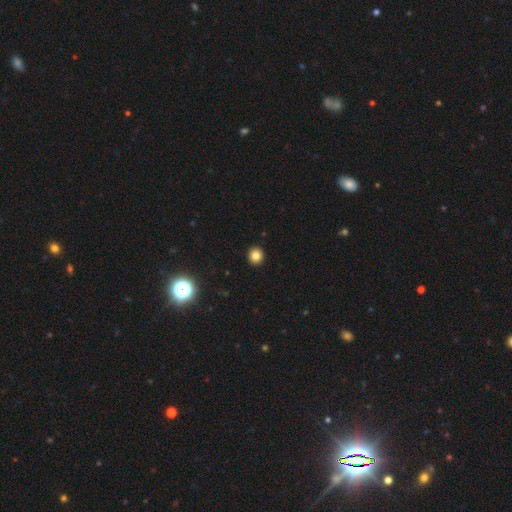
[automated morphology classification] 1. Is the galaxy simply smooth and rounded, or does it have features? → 82% smooth, 13% star or artifact, 5% featured or disk.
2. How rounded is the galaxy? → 88% round, 11% in between, 1% cigar-shaped.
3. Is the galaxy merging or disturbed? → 93% none, 4% minor disturbance, 1% major disturbance, 1% merger.